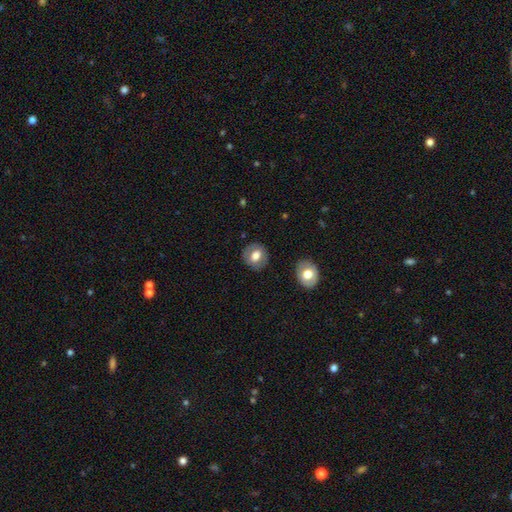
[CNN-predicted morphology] Smooth or featured? Predicted: smooth (p=0.67). How rounded? Predicted: round (p=0.75). Merging? Predicted: none (p=0.84).